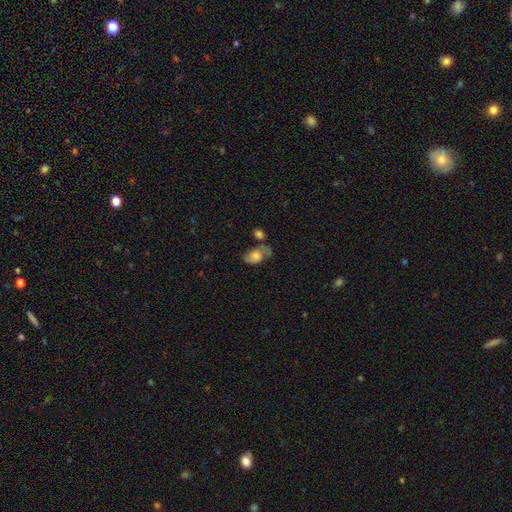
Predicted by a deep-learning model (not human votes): Smooth or featured: smooth — 51% (featured or disk — 40%)
How rounded: in between — 85% (round — 13%)
Merging: none — 37% (minor disturbance — 24%)